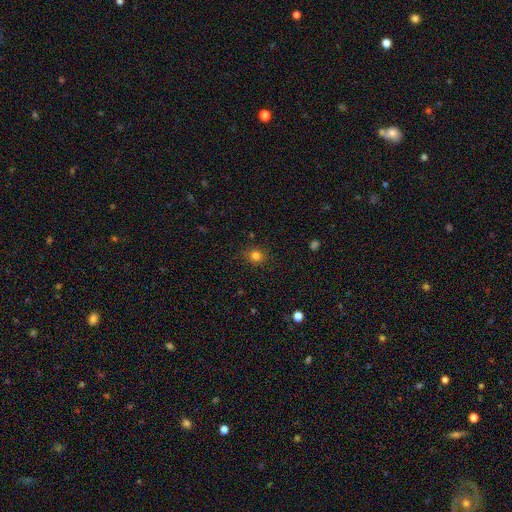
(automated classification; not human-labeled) This is clearly a smooth galaxy (81%). How rounded: clearly round (82%). Merging: clearly none (87%).